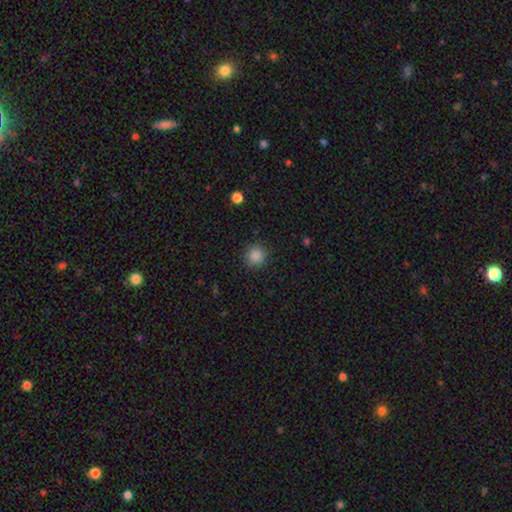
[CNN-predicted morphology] This appears to be a smooth galaxy with no disk features (86%) that is round (92%). Merging: none (90%).